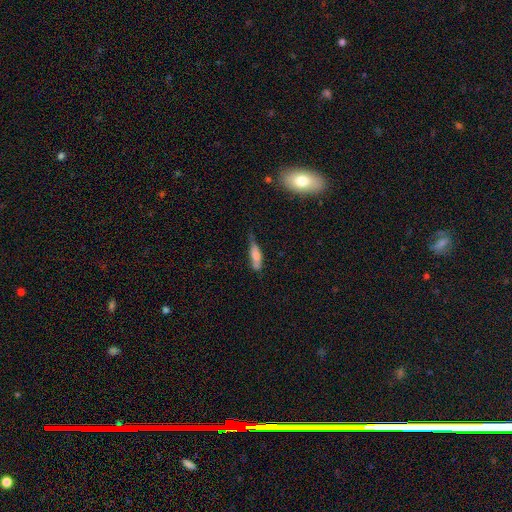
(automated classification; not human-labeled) smooth 69%, featured or disk 23%, star or artifact 8%. Down the decision tree: how rounded — cigar-shaped (55%); merging — none (40%).